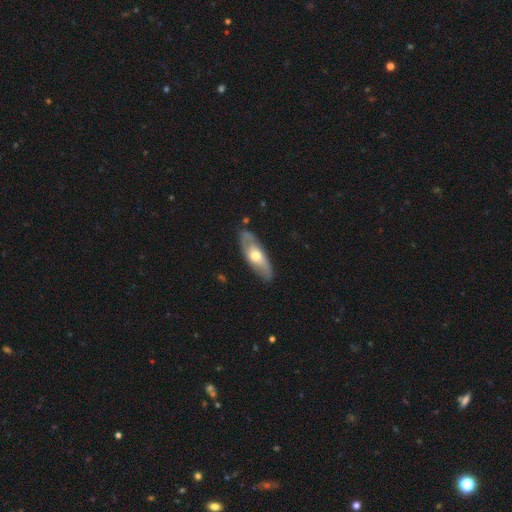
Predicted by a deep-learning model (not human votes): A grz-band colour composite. It shows a featured or disk galaxy (58%). Merging: none (80%).